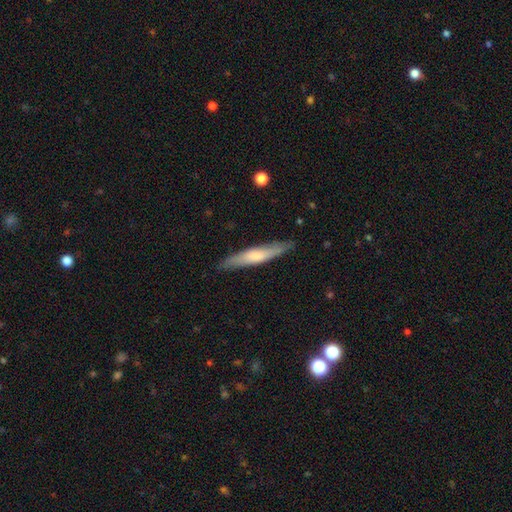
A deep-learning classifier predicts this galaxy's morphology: Q: Smooth or featured?
A: smooth (57%); runner-up: featured or disk (38%)
Q: How rounded?
A: cigar-shaped (89%); runner-up: in between (9%)
Q: Merging?
A: none (86%); runner-up: minor disturbance (11%)